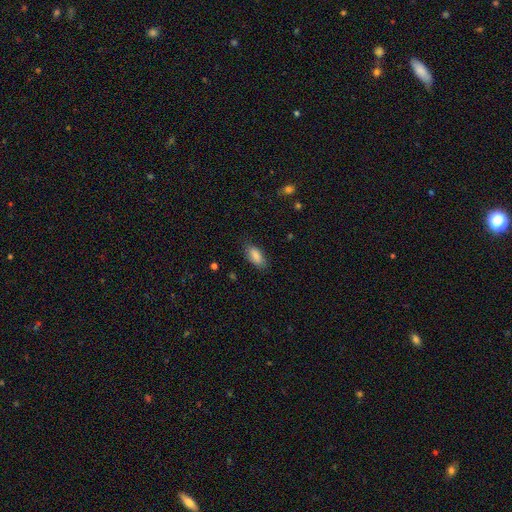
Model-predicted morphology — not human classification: Overall: smooth (87%). How rounded: in between (85%). Merging: none (80%).